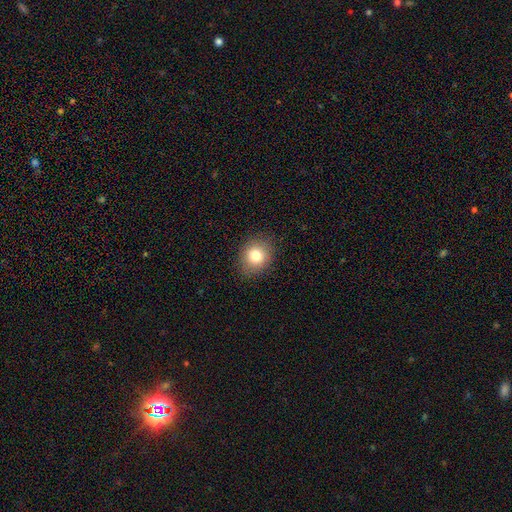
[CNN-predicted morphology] A smooth galaxy with no disk features (80%) that is round (67%). Merging: none (88%).